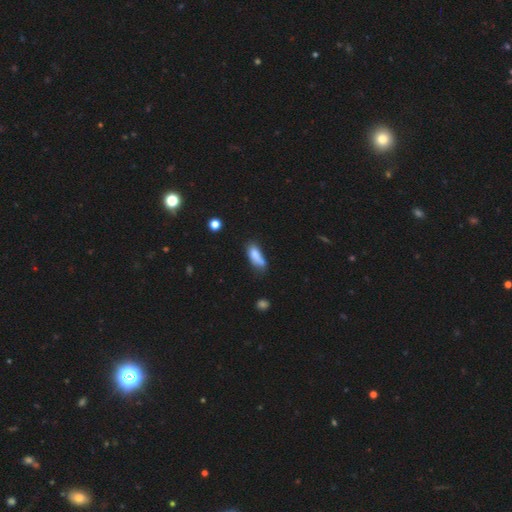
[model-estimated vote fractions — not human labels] This is likely a smooth galaxy (79%). How rounded: likely in between (68%). Merging: marginally none (40%).